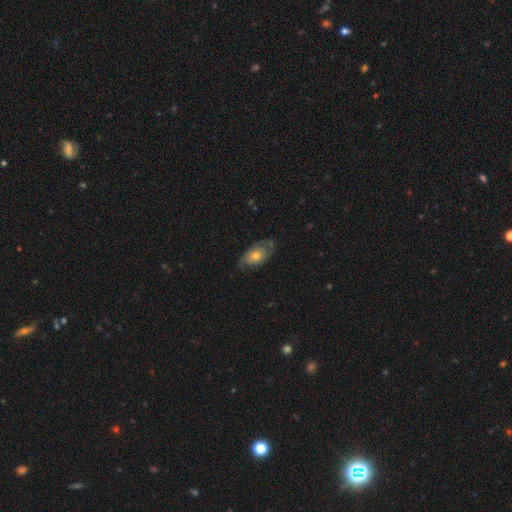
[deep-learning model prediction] smooth-or-featured: smooth: 48% | featured or disk: 45% | star or artifact: 7%
  merging: none: 63% | minor disturbance: 26% | major disturbance: 9% | merger: 2%